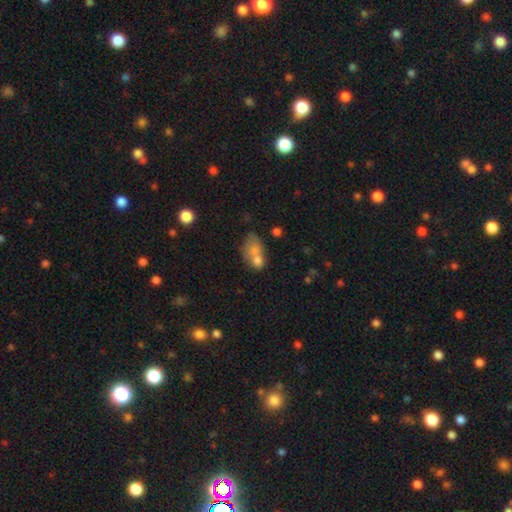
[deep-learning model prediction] Smooth or featured? Predicted: smooth (p=0.68). How rounded? Predicted: in between (p=0.77). Merging? Predicted: merger (p=0.50).